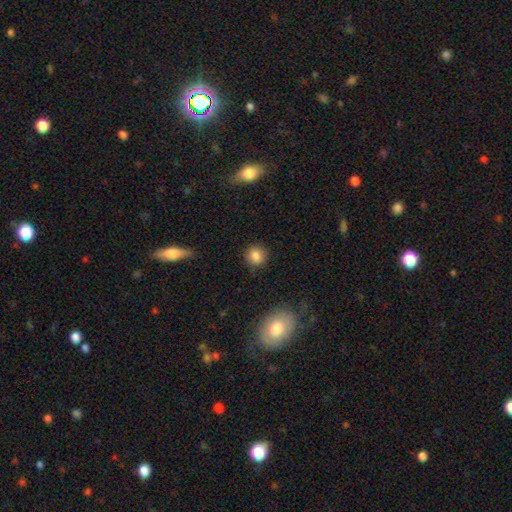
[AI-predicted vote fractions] A smooth galaxy with no disk features (85%) that is round (85%). Merging: none (87%).